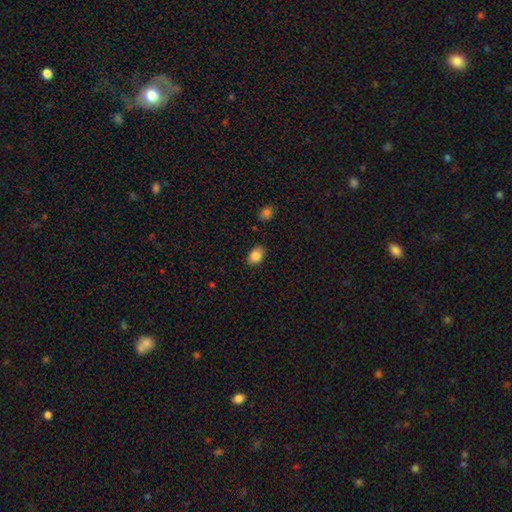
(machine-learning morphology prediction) smooth 86%, star or artifact 8%, featured or disk 6%. Down the decision tree: how rounded — in between (81%); merging — none (84%).